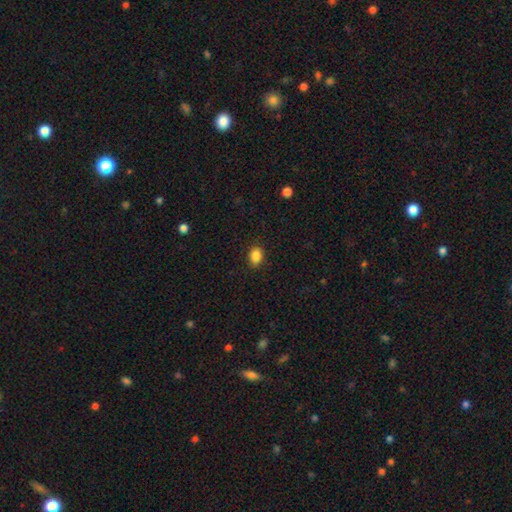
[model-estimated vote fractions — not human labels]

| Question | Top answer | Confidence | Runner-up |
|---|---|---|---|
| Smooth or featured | smooth | 87% | star or artifact (9%) |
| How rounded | in between | 65% | round (34%) |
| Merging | none | 87% | minor disturbance (9%) |